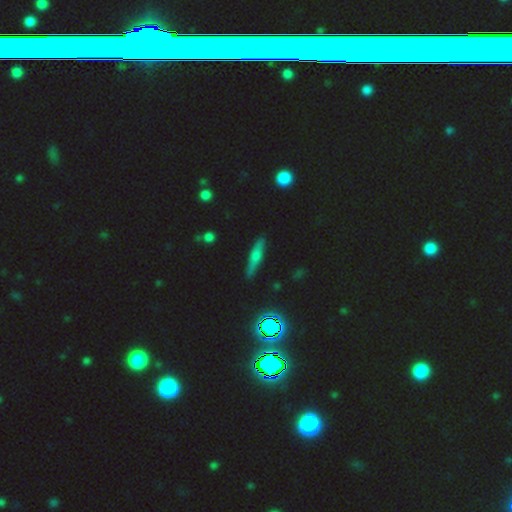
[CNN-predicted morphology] smooth 42% (tied), featured or disk 42% (tied), star or artifact 17%. Down the decision tree: merging — none (87%).